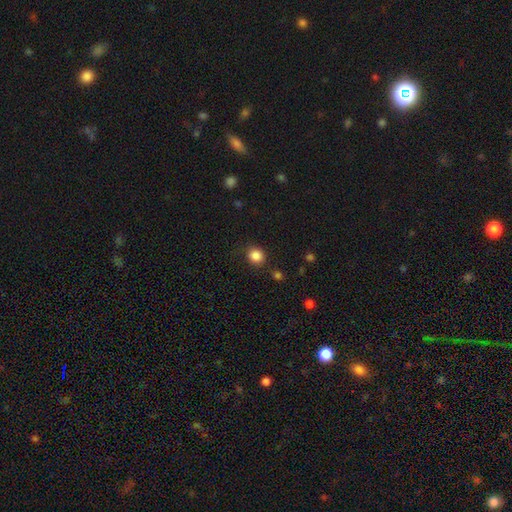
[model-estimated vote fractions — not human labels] Morphology: type=smooth (85%); roundness=round (81%); merging=none (83%).